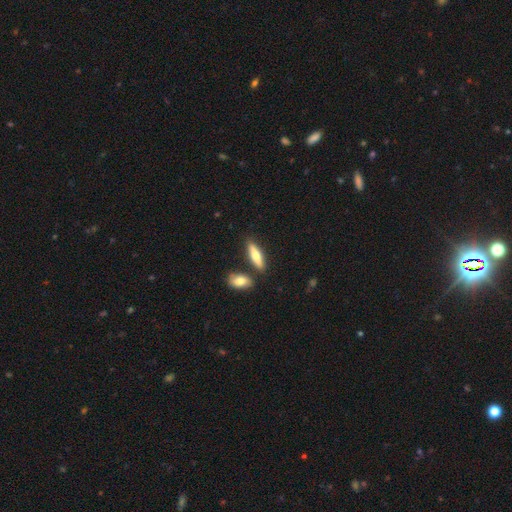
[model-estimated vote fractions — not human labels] Q: Smooth or featured?
A: smooth (68%); runner-up: featured or disk (27%)
Q: How rounded?
A: cigar-shaped (62%); runner-up: in between (36%)
Q: Merging?
A: none (75%); runner-up: merger (12%)